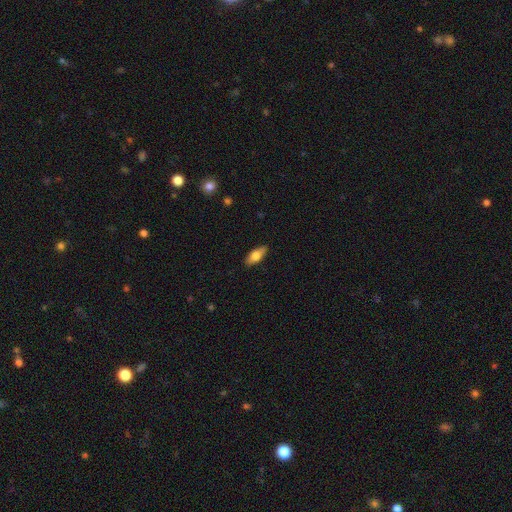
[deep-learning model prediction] A smooth galaxy with no disk features (67%) that is in between round and cigar-shaped (73%).

Vote fractions:
- Smooth or featured? smooth: 67% / featured or disk: 27% / star or artifact: 6%
- How rounded? in between: 73% / cigar-shaped: 24% / round: 3%
- Merging? none: 87% / minor disturbance: 10% / major disturbance: 2% / merger: 1%